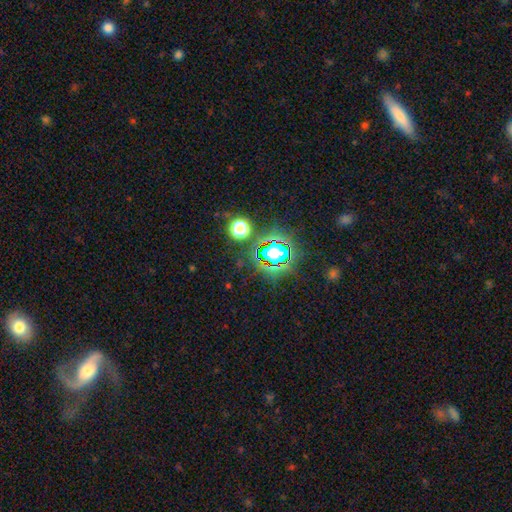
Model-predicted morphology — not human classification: A star or artifact, not a galaxy (66%).

Vote fractions:
- Smooth or featured? star or artifact: 66% / featured or disk: 17% / smooth: 17%